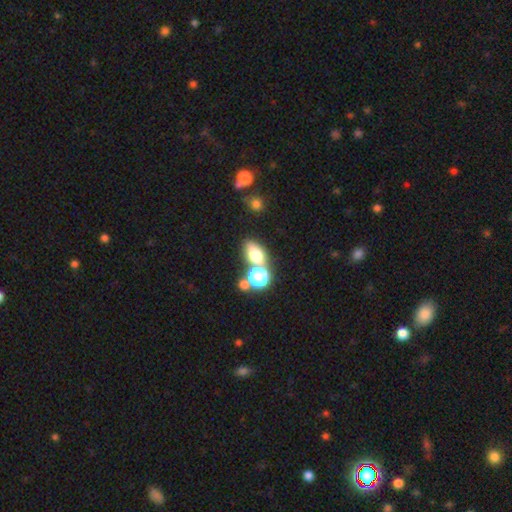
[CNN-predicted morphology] smooth-or-featured: smooth: 67% | star or artifact: 18% | featured or disk: 15%
  how-rounded: in between: 67% | round: 29% | cigar-shaped: 3%
  merging: none: 47% | merger: 37% | minor disturbance: 10% | major disturbance: 5%